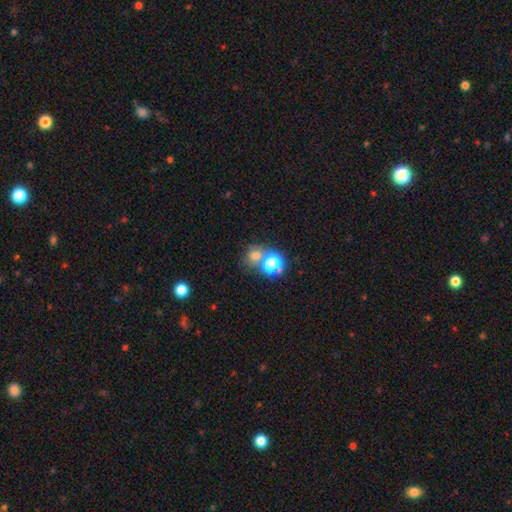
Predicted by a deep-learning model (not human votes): Overall: smooth (66%; star or artifact 26%). How rounded: round (79%). Merging: none (57%; merger 29%).